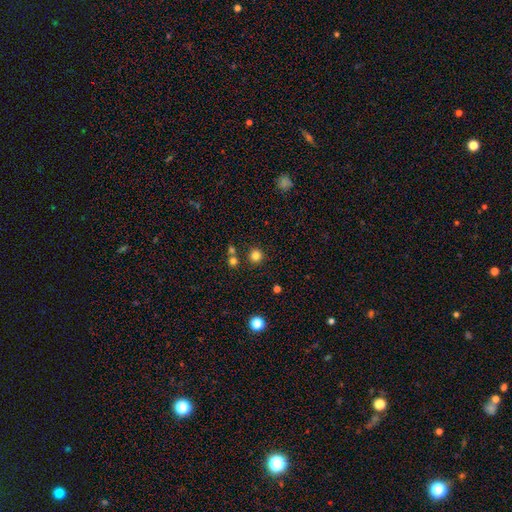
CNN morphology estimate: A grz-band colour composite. It shows a smooth galaxy with no disk features (80%) that is round (94%). Merging: none (83%).